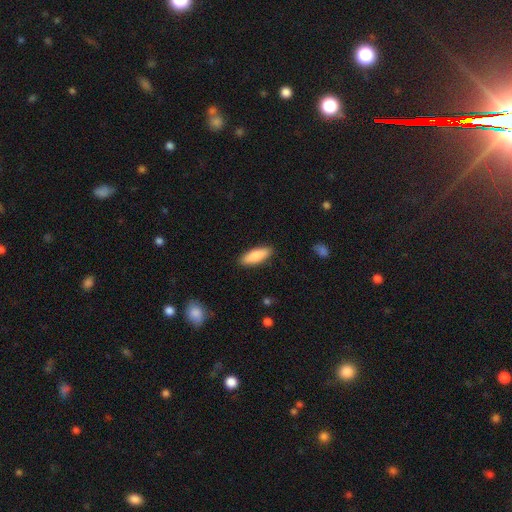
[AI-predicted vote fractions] Smooth or featured? Predicted: smooth (p=0.84). How rounded? Predicted: in between (p=0.62). Merging? Predicted: none (p=0.88).